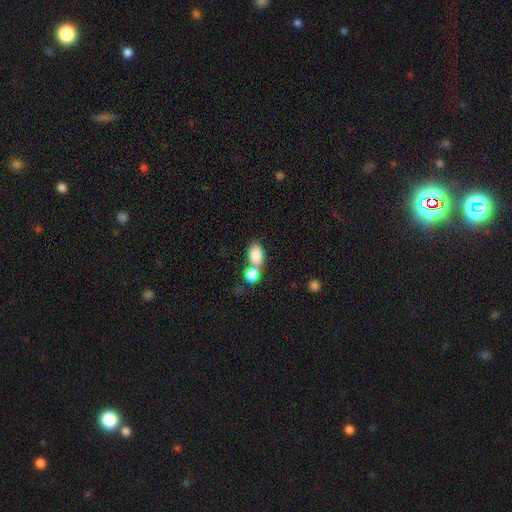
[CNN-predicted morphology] smooth 83%, star or artifact 9%, featured or disk 8%. Down the decision tree: how rounded — in between (84%); merging — none (43%).